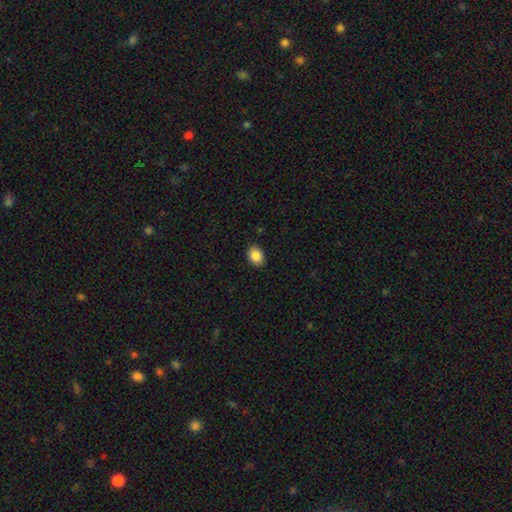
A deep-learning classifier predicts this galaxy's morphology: This is clearly a smooth galaxy (87%). How rounded: likely in between (69%). Merging: clearly none (89%).